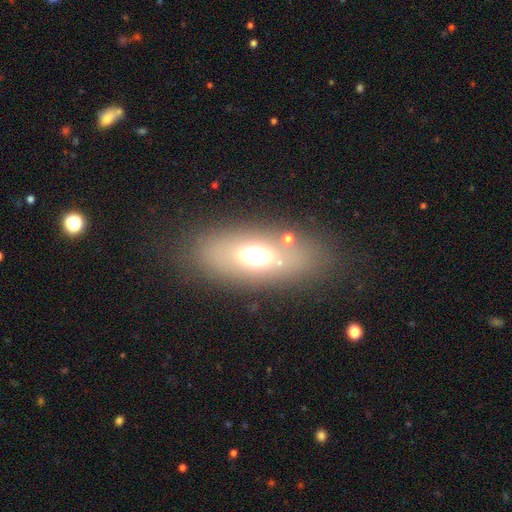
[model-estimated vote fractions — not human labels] Smooth or featured? Predicted: smooth (p=0.55). How rounded? Predicted: in between (p=0.80). Merging? Predicted: none (p=0.79).